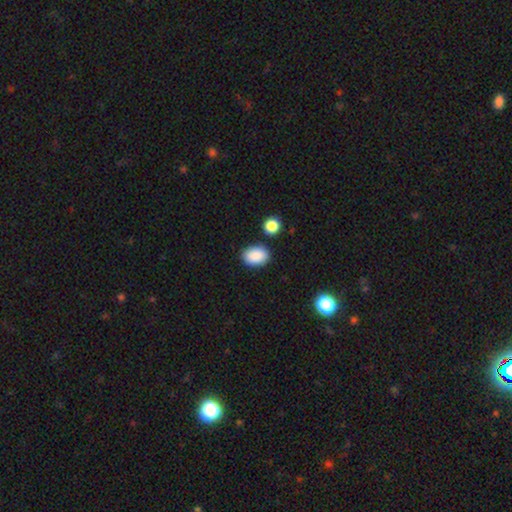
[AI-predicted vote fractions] smooth-or-featured: smooth: 89% | star or artifact: 7% | featured or disk: 4%
  how-rounded: in between: 83% | round: 16% | cigar-shaped: 1%
  merging: none: 82% | minor disturbance: 10% | merger: 5% | major disturbance: 3%